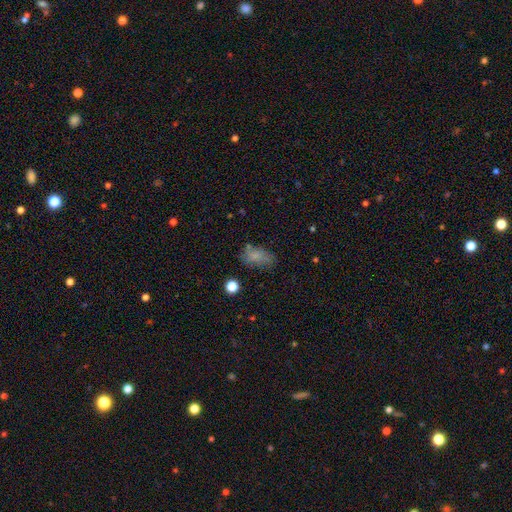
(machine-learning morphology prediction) A smooth galaxy with no disk features (73%) that is in between round and cigar-shaped (88%).

Vote fractions:
- Smooth or featured? smooth: 73% / star or artifact: 14% / featured or disk: 14%
- How rounded? in between: 88% / round: 8% / cigar-shaped: 4%
- Merging? none: 58% / minor disturbance: 25% / major disturbance: 12% / merger: 5%